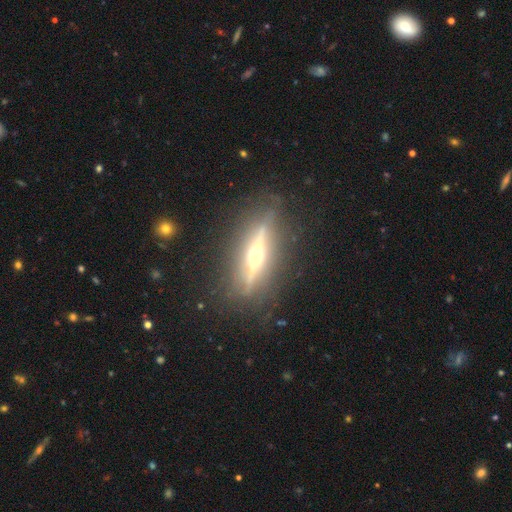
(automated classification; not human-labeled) featured or disk 81%, smooth 13%, star or artifact 6%. Down the decision tree: edge-on disk — yes (93%); edge-on bulge — rounded (95%); merging — none (82%).